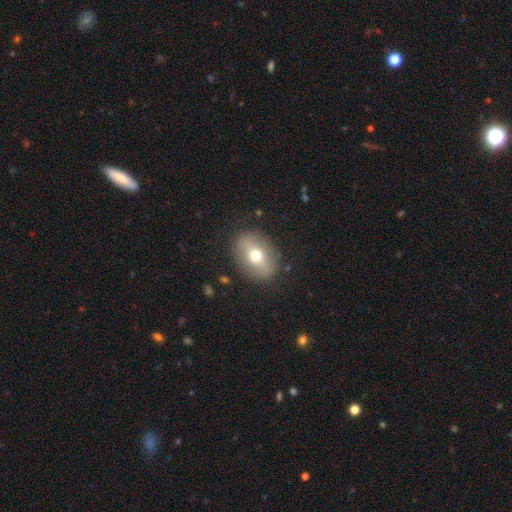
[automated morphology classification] Smooth or featured?
  - smooth: 61% *
  - featured or disk: 31%
  - star or artifact: 8%
How rounded?
  - in between: 70% *
  - round: 28%
  - cigar-shaped: 2%
Merging?
  - none: 85% *
  - minor disturbance: 10%
  - major disturbance: 4%
  - merger: 1%